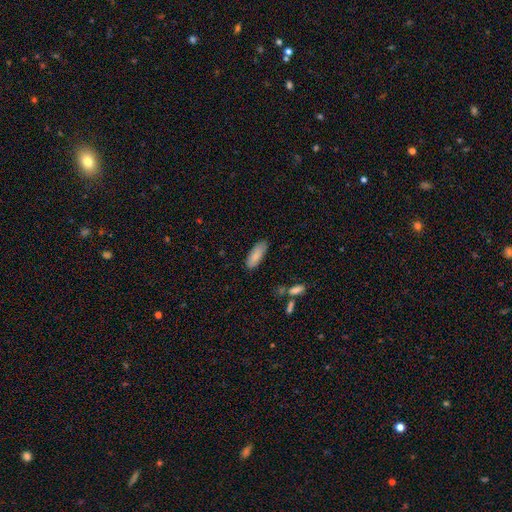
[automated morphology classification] Smooth or featured? Predicted: smooth (p=0.84). How rounded? Predicted: in between (p=0.77). Merging? Predicted: none (p=0.81).